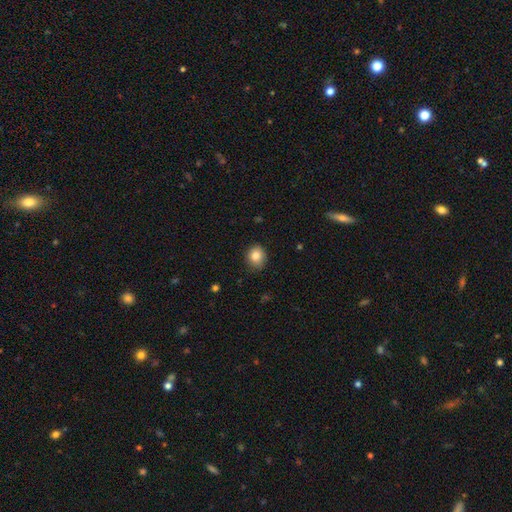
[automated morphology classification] Smooth or featured? smooth (84%)
How rounded? round (72%)
Merging? none (81%)